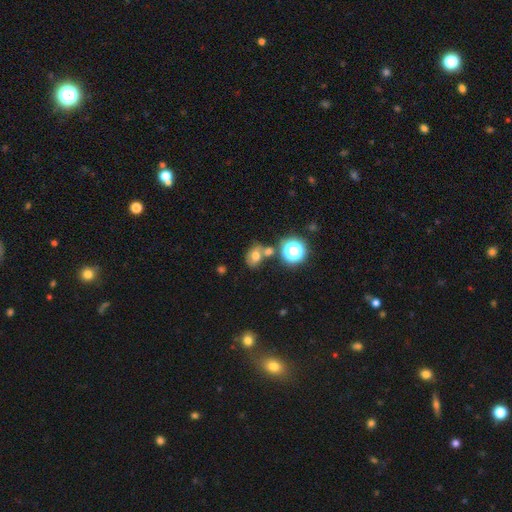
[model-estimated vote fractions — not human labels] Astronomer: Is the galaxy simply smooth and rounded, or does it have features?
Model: smooth — 61%.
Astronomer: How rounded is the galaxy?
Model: in between — 52% (runner-up: round, 47%).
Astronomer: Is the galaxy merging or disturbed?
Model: none — 49% (runner-up: merger, 30%).